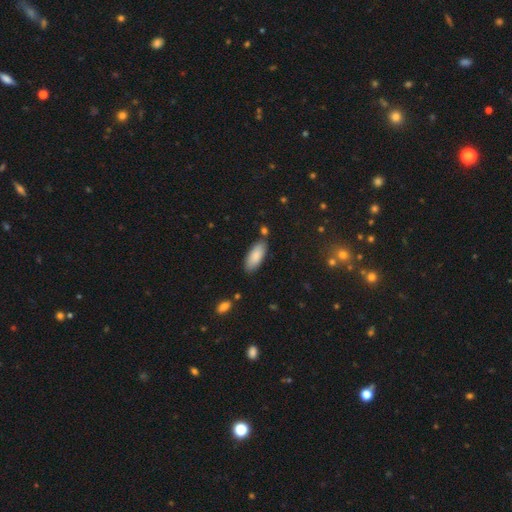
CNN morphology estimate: type=smooth (85%); roundness=in between (80%); merging=none (80%).